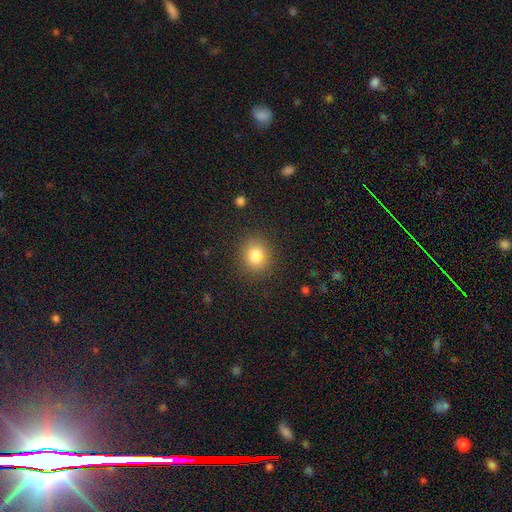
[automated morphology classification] Smooth or featured? smooth (80%)
How rounded? round (74%)
Merging? none (82%)